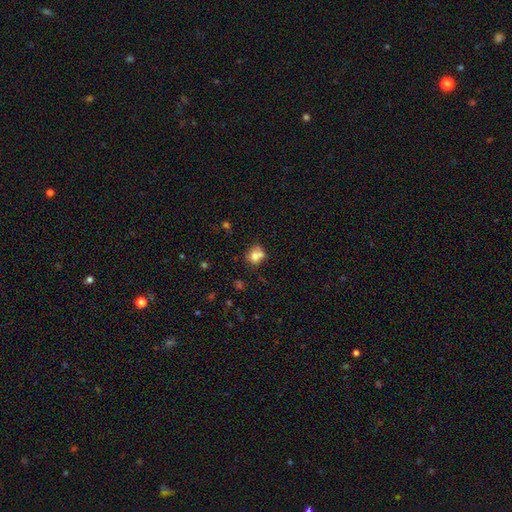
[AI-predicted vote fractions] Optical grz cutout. It shows a smooth galaxy with no disk features (70%) that is round (71%). Merging: merger (43%).